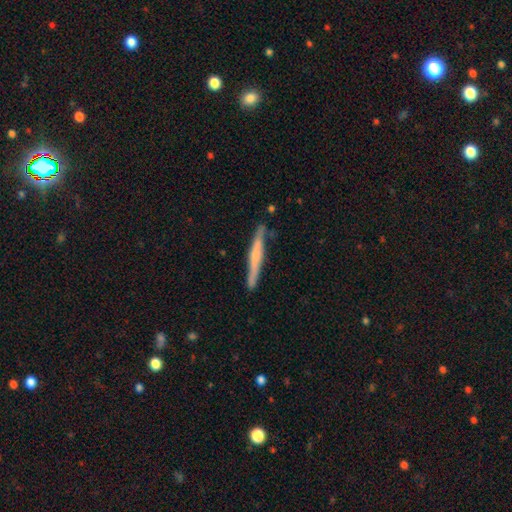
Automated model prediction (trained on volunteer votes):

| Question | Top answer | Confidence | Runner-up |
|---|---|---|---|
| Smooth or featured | featured or disk | 57% | smooth (38%) |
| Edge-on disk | yes | 95% | no (5%) |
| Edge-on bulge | rounded | 47% | none (39%) |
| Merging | none | 79% | minor disturbance (16%) |